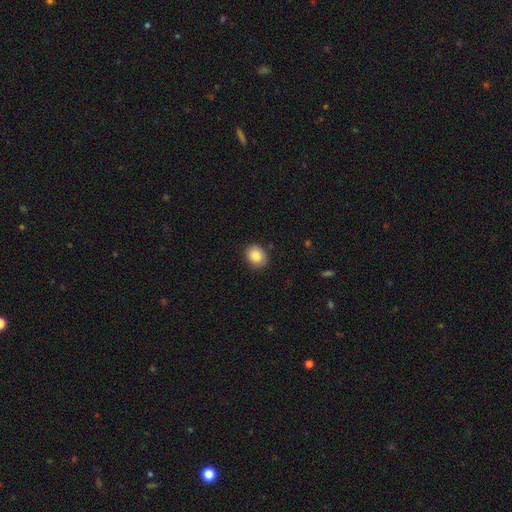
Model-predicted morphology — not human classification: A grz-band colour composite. It shows a smooth galaxy with no disk features (86%) that is round (55%). Merging: none (87%).